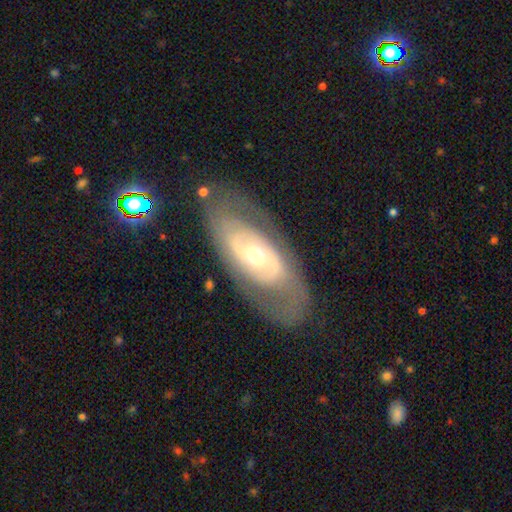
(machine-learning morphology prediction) smooth_or_featured: featured or disk (p=0.78) [alt: smooth p=0.16]
disk_edge_on: no (p=0.92) [alt: yes p=0.08]
bar: no (p=0.64) [alt: weak p=0.25]
has_spiral_arms: yes (p=0.67) [alt: no p=0.33]
bulge_size: moderate (p=0.52) [alt: small p=0.42]
merging: none (p=0.75) [alt: minor disturbance p=0.14]